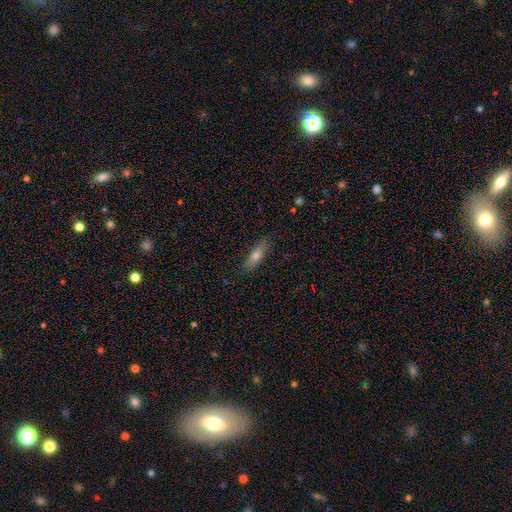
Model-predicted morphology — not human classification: smooth 64%, featured or disk 29%, star or artifact 7%. Down the decision tree: how rounded — cigar-shaped (62%); merging — none (86%).